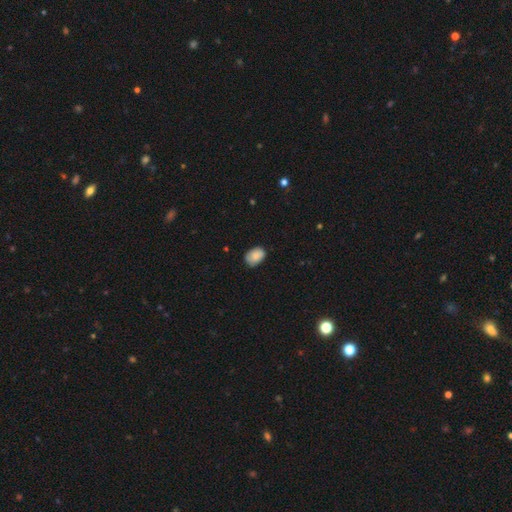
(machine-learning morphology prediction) Overall: smooth (83%). How rounded: in between (78%). Merging: none (77%).